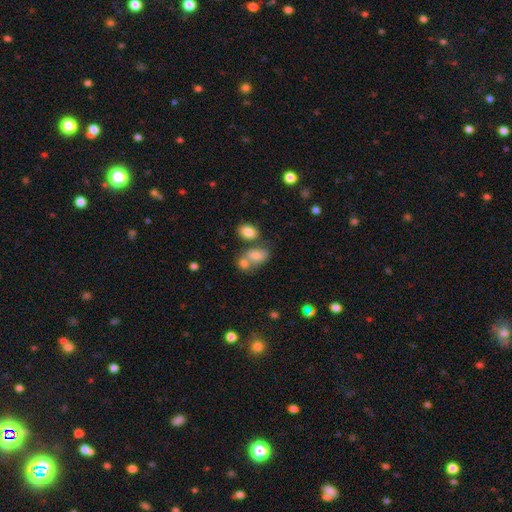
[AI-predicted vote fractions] A smooth galaxy with no disk features (74%) that is in between round and cigar-shaped (79%). Merging: merger (41%).